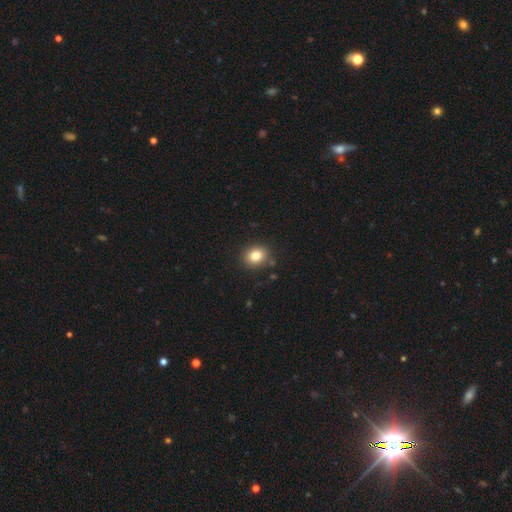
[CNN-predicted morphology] smooth_or_featured: smooth (p=0.81) [alt: star or artifact p=0.11]
how_rounded: round (p=0.66) [alt: in between p=0.33]
merging: none (p=0.87) [alt: minor disturbance p=0.08]